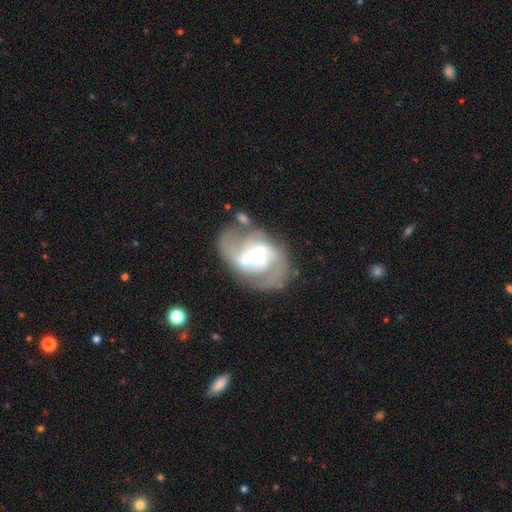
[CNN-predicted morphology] smooth-or-featured: featured or disk: 83% | smooth: 10% | star or artifact: 6%
  disk-edge-on: no: 98% | yes: 2%
    bar: weak: 42% | no: 40% | strong: 18%
    has-spiral-arms: yes: 92% | no: 8%
      spiral-winding: medium: 48% | loose: 30% | tight: 22%
      spiral-arm-count: 2: 75% | can't tell: 10% | 3: 7% | 1: 4% | 4: 2% | more than 4: 2%
    bulge-size: small: 38% | moderate: 36% | large: 15% | none: 8% | dominant: 3%
  merging: none: 50% | major disturbance: 19% | minor disturbance: 17% | merger: 14%